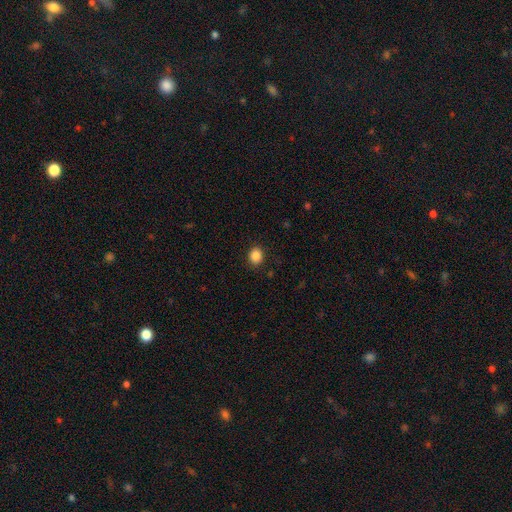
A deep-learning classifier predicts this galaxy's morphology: Q: Smooth or featured?
A: smooth (86%); runner-up: star or artifact (10%)
Q: How rounded?
A: round (61%); runner-up: in between (38%)
Q: Merging?
A: none (90%); runner-up: minor disturbance (7%)